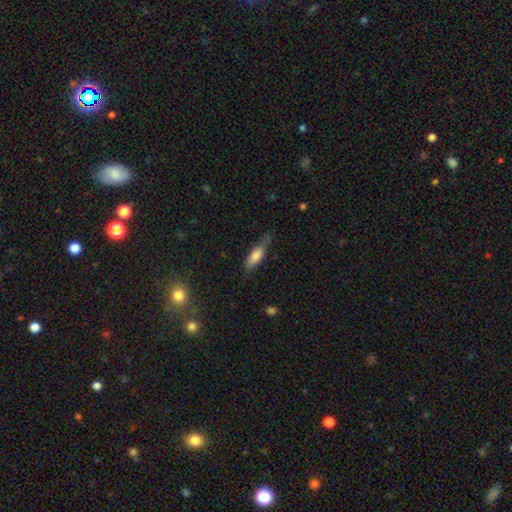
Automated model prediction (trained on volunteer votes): smooth_or_featured: smooth (p=0.77) [alt: featured or disk p=0.16]
how_rounded: in between (p=0.55) [alt: cigar-shaped p=0.43]
merging: none (p=0.59) [alt: minor disturbance p=0.31]